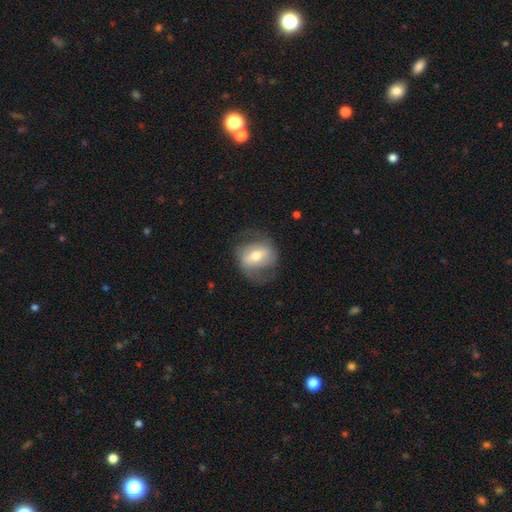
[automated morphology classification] smooth_or_featured: featured or disk (p=0.60) [alt: smooth p=0.33]
disk_edge_on: no (p=0.94) [alt: yes p=0.06]
bar: weak (p=0.40) [alt: strong p=0.39]
has_spiral_arms: yes (p=0.71) [alt: no p=0.29]
bulge_size: moderate (p=0.68) [alt: small p=0.19]
merging: none (p=0.65) [alt: minor disturbance p=0.19]